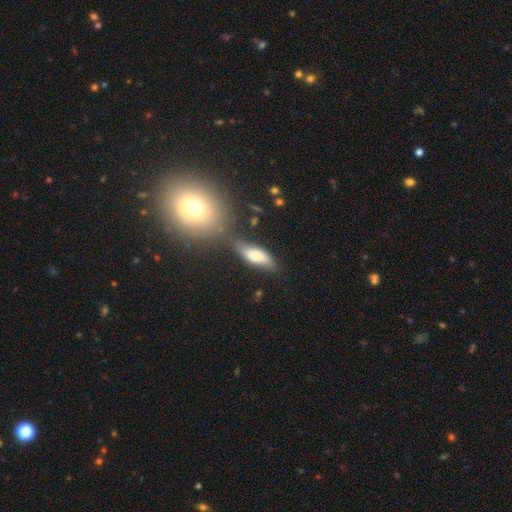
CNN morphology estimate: A smooth galaxy with no disk features (69%) that is in between round and cigar-shaped (65%). Merging: none (56%).